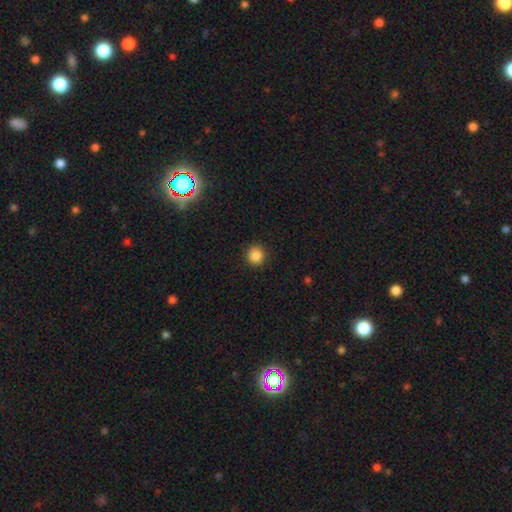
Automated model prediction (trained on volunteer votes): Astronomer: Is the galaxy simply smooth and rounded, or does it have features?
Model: smooth — 87%.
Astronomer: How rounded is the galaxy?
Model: round — 93%.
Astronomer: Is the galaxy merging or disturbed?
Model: none — 91%.